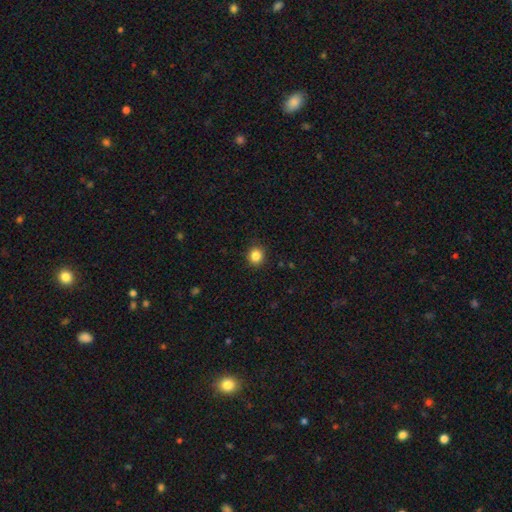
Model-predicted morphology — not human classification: A smooth galaxy with no disk features (85%) that is round (86%). Merging: none (91%).